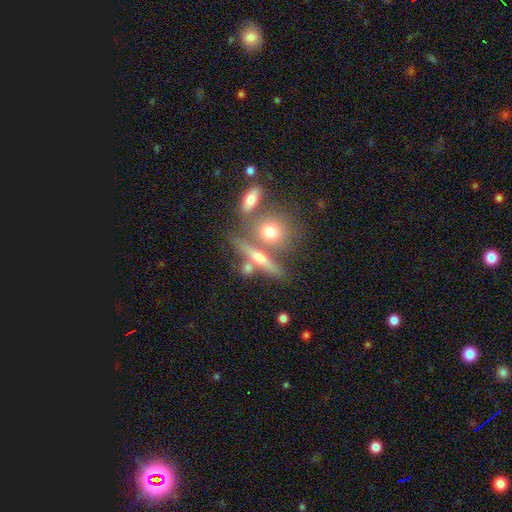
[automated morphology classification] This is possibly a featured or disk galaxy (47%). Merging: possibly none (58%).